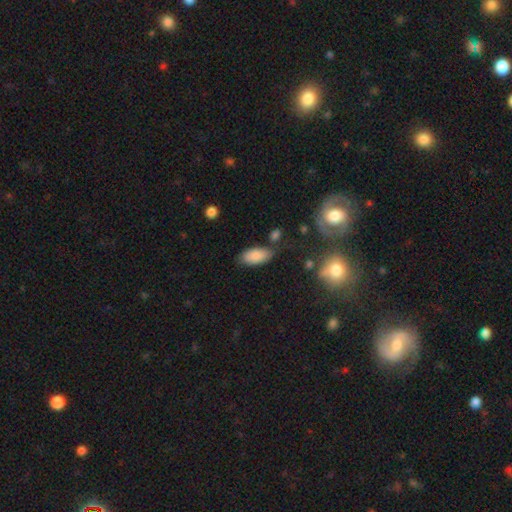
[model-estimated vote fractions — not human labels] Overall: smooth (83%). How rounded: in between (92%). Merging: none (71%).